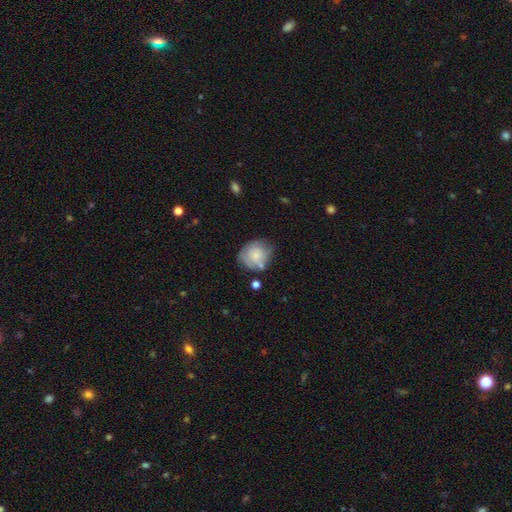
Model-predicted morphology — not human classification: Smooth or featured? smooth (66%)
How rounded? round (68%)
Merging? none (56%)